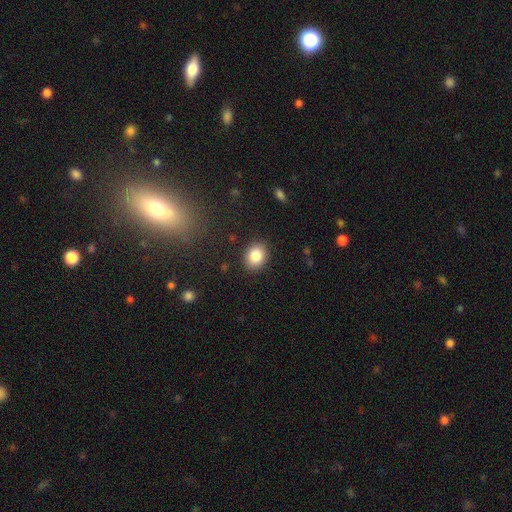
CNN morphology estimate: Smooth or featured?
  - smooth: 86% *
  - star or artifact: 8%
  - featured or disk: 6%
How rounded?
  - in between: 51% *
  - round: 49%
  - cigar-shaped: 1%
Merging?
  - none: 88% *
  - minor disturbance: 8%
  - major disturbance: 2%
  - merger: 1%